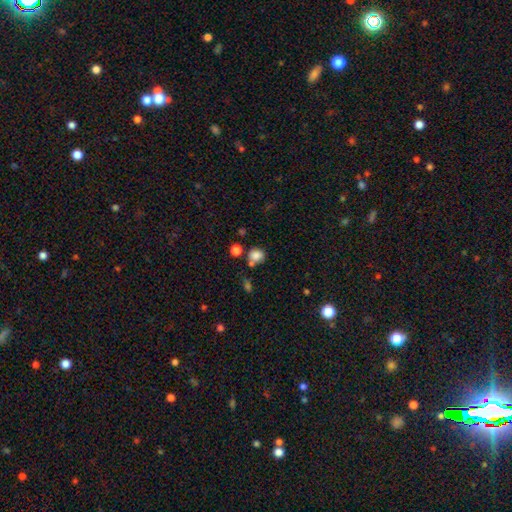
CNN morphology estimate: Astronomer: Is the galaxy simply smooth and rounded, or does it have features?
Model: smooth — 82%.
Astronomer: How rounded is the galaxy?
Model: round — 74%.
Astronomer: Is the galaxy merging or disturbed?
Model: none — 60%.